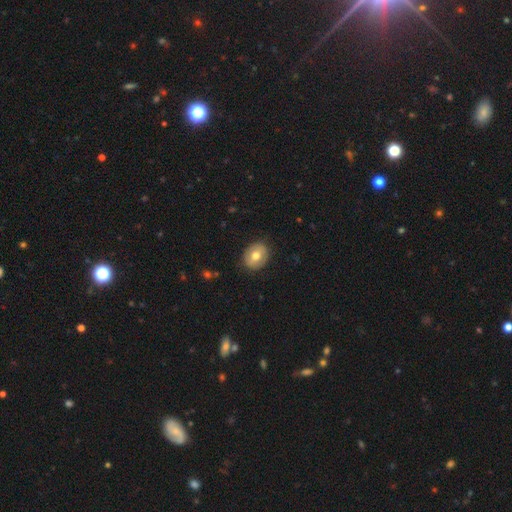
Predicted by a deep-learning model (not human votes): Smooth or featured: smooth — 69% (featured or disk — 24%)
How rounded: round — 53% (in between — 46%)
Merging: none — 87% (minor disturbance — 10%)